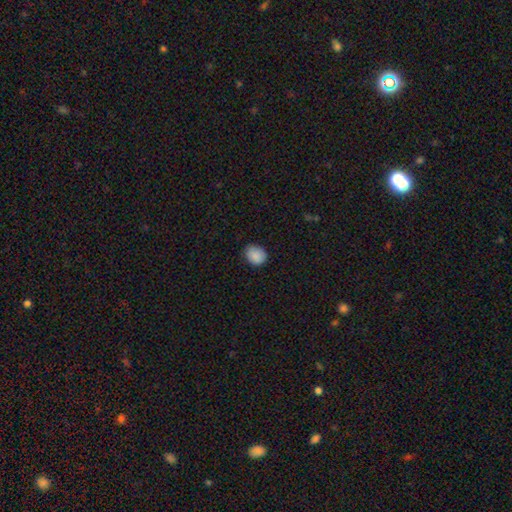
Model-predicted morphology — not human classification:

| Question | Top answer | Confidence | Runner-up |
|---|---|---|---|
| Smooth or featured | smooth | 88% | star or artifact (8%) |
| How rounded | round | 59% | in between (40%) |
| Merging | none | 79% | minor disturbance (17%) |